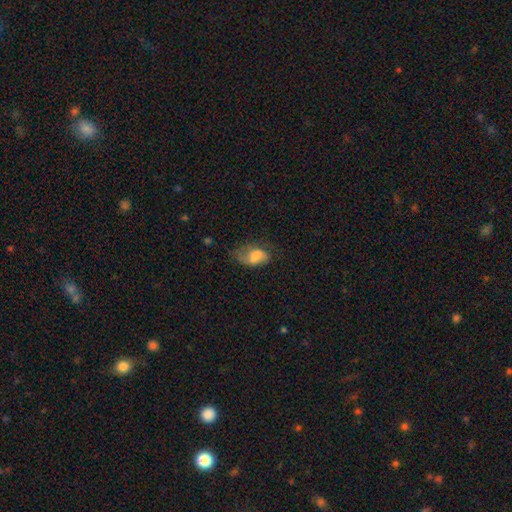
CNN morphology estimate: type=smooth (60%); roundness=in between (89%); merging=none (38%).